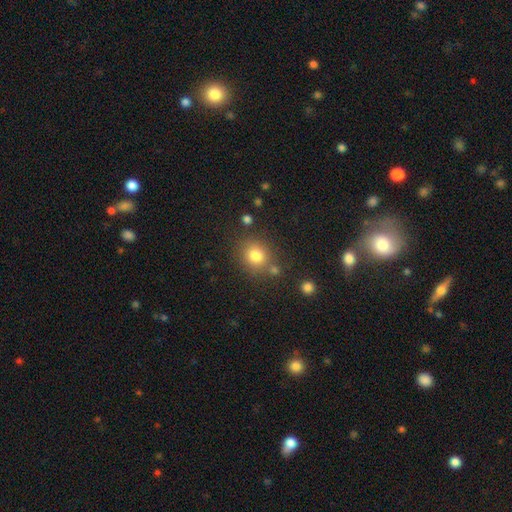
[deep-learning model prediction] Smooth or featured: smooth — 81% (star or artifact — 12%)
How rounded: round — 82% (in between — 17%)
Merging: none — 75% (minor disturbance — 11%)